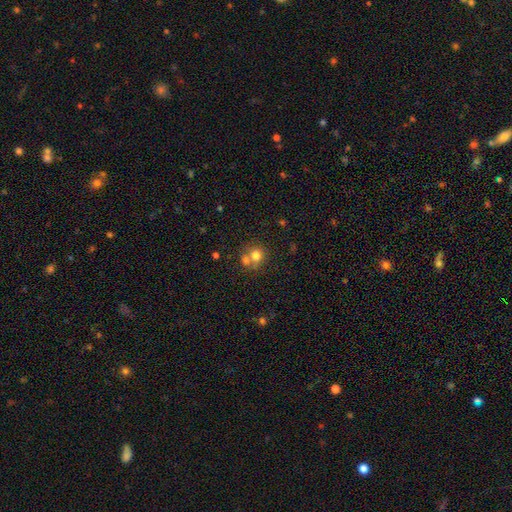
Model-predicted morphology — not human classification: smooth-or-featured: smooth: 74% | featured or disk: 13% | star or artifact: 12%
  how-rounded: round: 82% | in between: 17% | cigar-shaped: 1%
  merging: merger: 45% | none: 44% | minor disturbance: 8% | major disturbance: 4%